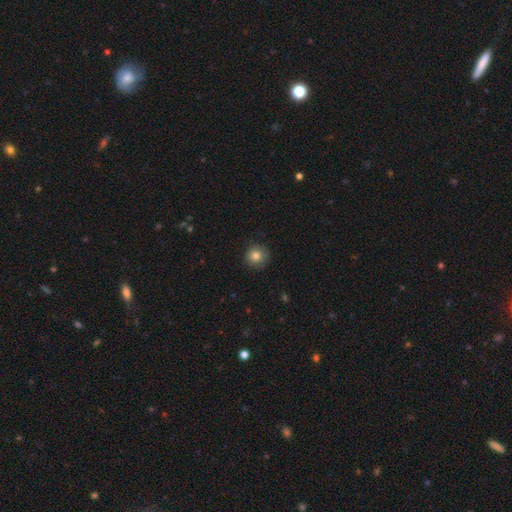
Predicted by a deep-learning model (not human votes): smooth 82%, star or artifact 11%, featured or disk 7%. Down the decision tree: how rounded — round (94%); merging — none (89%).